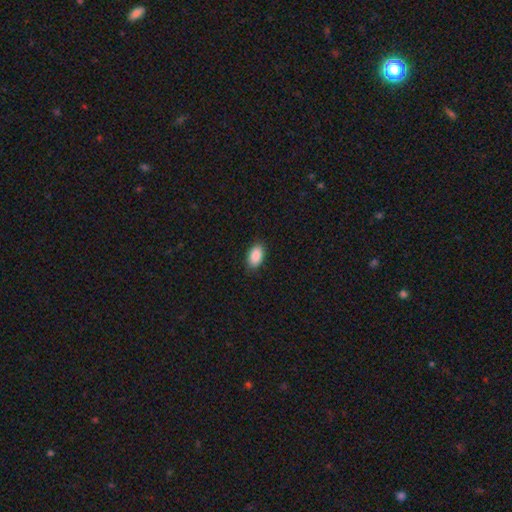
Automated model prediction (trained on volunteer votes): smooth 89%, star or artifact 7%, featured or disk 4%. Down the decision tree: how rounded — in between (94%); merging — none (87%).